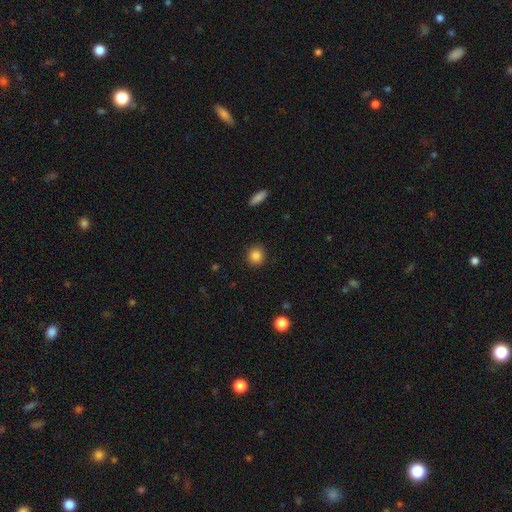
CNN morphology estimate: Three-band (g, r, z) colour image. It shows a smooth galaxy with no disk features (86%) that is round (86%). Merging: none (90%).